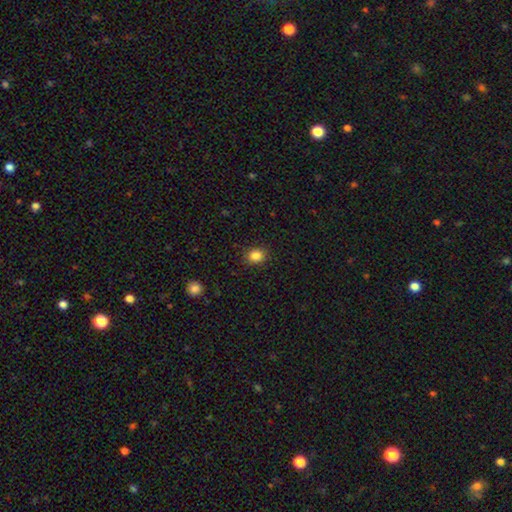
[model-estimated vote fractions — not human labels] Smooth or featured: smooth — 85% (star or artifact — 11%)
How rounded: round — 60% (in between — 40%)
Merging: none — 88% (minor disturbance — 9%)